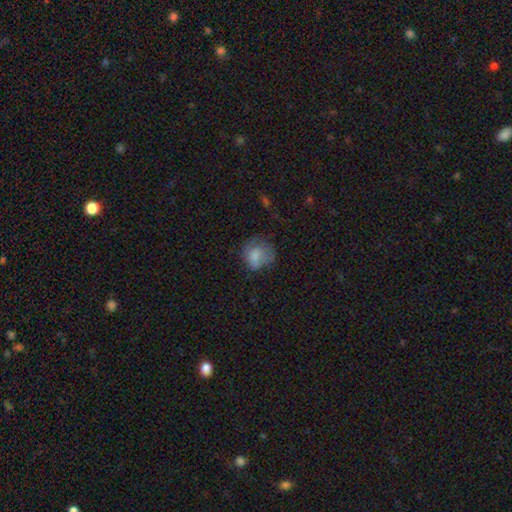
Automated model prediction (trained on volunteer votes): Smooth or featured?
  - smooth: 70% *
  - featured or disk: 20%
  - star or artifact: 10%
How rounded?
  - round: 67% *
  - in between: 32%
  - cigar-shaped: 1%
Merging?
  - none: 43% *
  - minor disturbance: 30%
  - major disturbance: 26%
  - merger: 2%